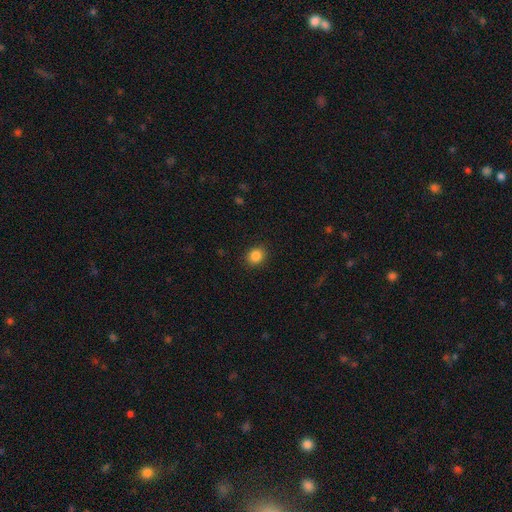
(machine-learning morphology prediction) Smooth or featured? smooth (86%)
How rounded? round (72%)
Merging? none (89%)